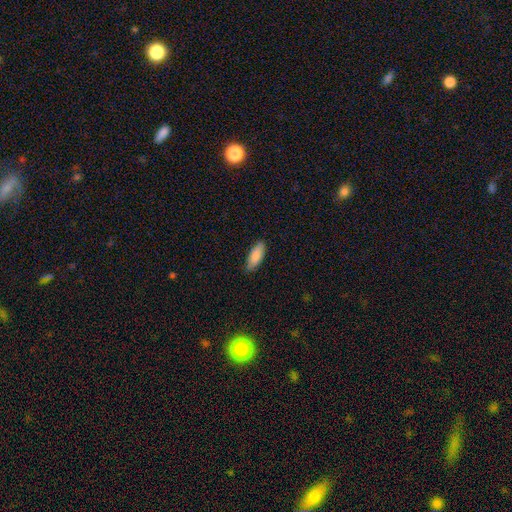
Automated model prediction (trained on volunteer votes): Smooth or featured?
  - smooth: 87% *
  - featured or disk: 7%
  - star or artifact: 6%
How rounded?
  - in between: 75% *
  - cigar-shaped: 23%
  - round: 2%
Merging?
  - none: 81% *
  - minor disturbance: 16%
  - major disturbance: 2%
  - merger: 1%